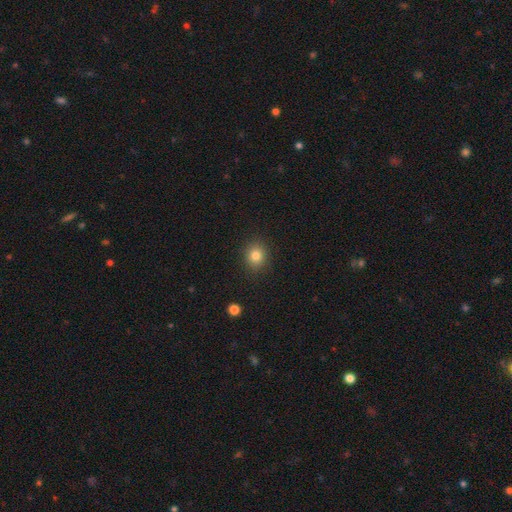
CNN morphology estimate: Q: Smooth or featured?
A: smooth (81%); runner-up: star or artifact (12%)
Q: How rounded?
A: round (79%); runner-up: in between (20%)
Q: Merging?
A: none (89%); runner-up: minor disturbance (7%)